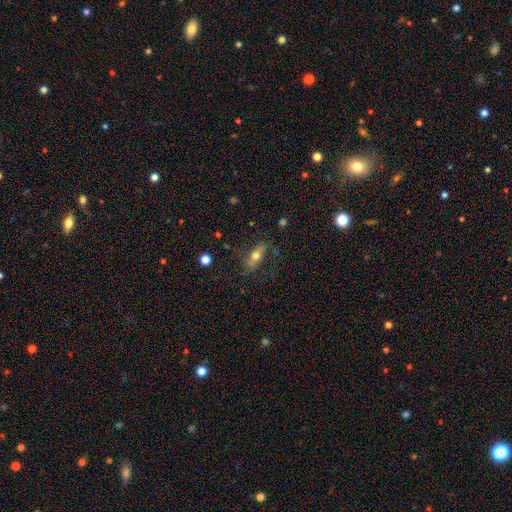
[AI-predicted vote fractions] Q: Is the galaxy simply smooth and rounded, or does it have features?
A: smooth — 48%.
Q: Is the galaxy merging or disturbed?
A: none — 64%.